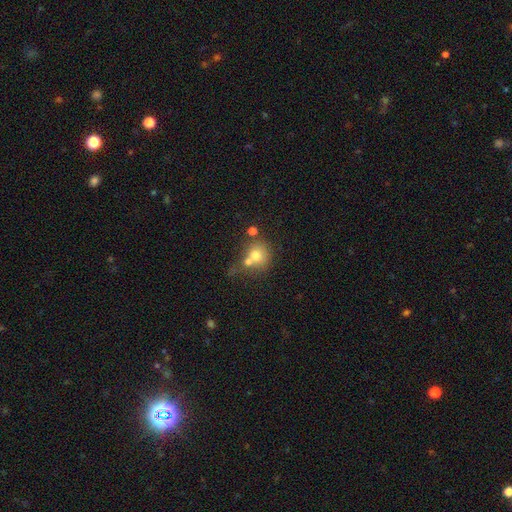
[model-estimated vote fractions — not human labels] A smooth galaxy with no disk features (71%) that is round (81%). Merging: merger (47%).